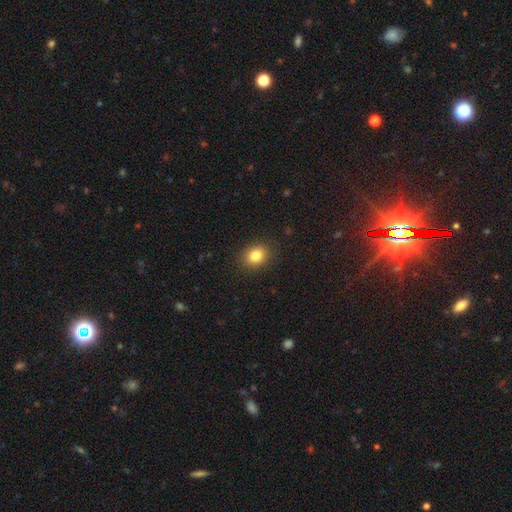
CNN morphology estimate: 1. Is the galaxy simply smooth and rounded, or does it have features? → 83% smooth, 11% star or artifact, 7% featured or disk.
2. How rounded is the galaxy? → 55% round, 44% in between, 1% cigar-shaped.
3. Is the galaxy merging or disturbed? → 89% none, 7% minor disturbance, 2% major disturbance, 1% merger.